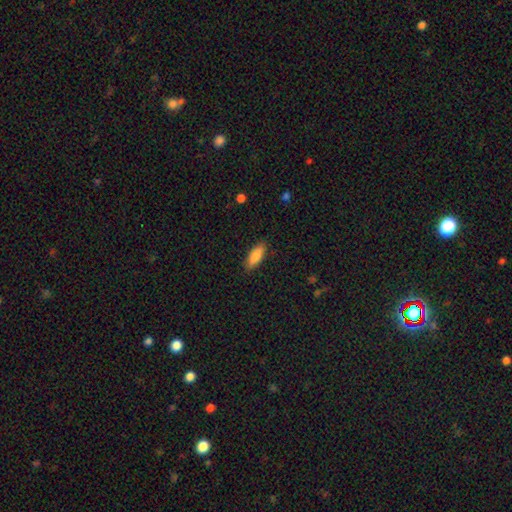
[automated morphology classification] Q: Smooth or featured?
A: smooth (85%); runner-up: featured or disk (9%)
Q: How rounded?
A: in between (63%); runner-up: cigar-shaped (35%)
Q: Merging?
A: none (87%); runner-up: minor disturbance (10%)